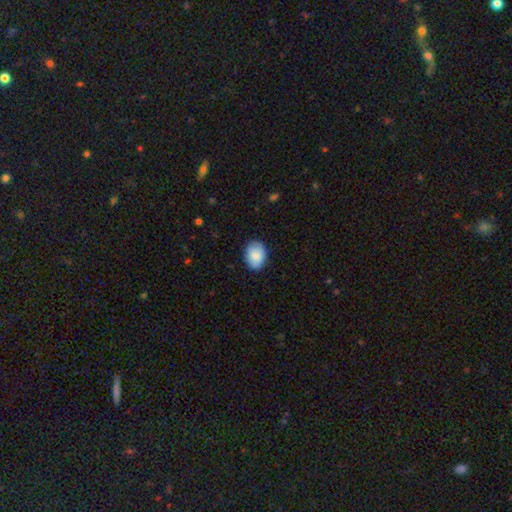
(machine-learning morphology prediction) type=smooth (86%); roundness=in between (74%); merging=none (83%).